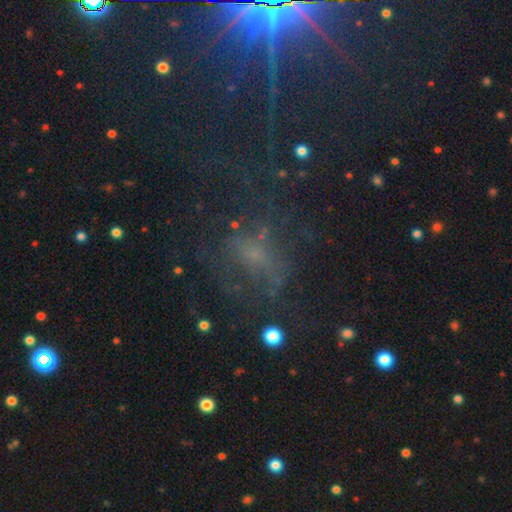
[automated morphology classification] type=featured or disk (36%, tied with star or artifact); merging=none (47%).